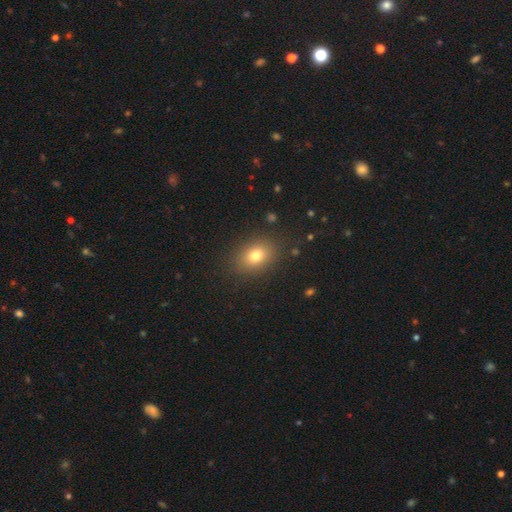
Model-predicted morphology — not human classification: A smooth galaxy with no disk features (77%) that is in between round and cigar-shaped (72%).

Vote fractions:
- Smooth or featured? smooth: 77% / star or artifact: 12% / featured or disk: 11%
- How rounded? in between: 72% / round: 27% / cigar-shaped: 1%
- Merging? none: 87% / minor disturbance: 9% / major disturbance: 3% / merger: 1%